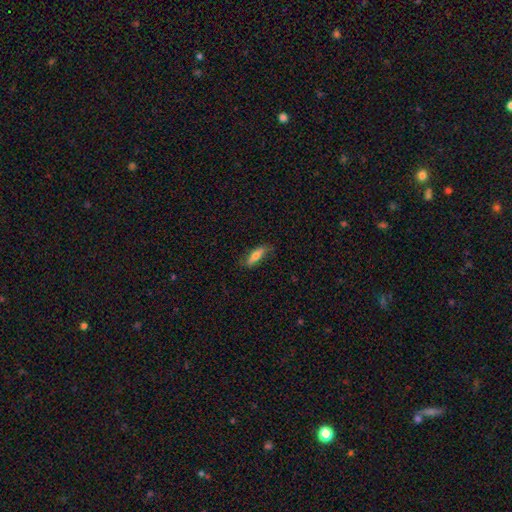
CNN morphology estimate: Smooth or featured? smooth (65%)
How rounded? cigar-shaped (53%)
Merging? none (74%)